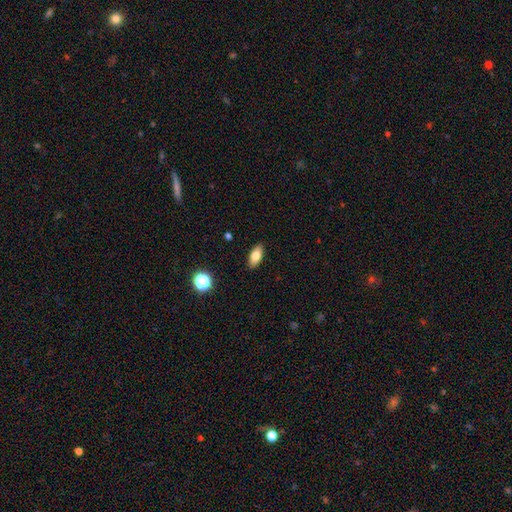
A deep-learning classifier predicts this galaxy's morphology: This is likely a smooth galaxy (77%). How rounded: clearly in between (84%). Merging: clearly none (89%).